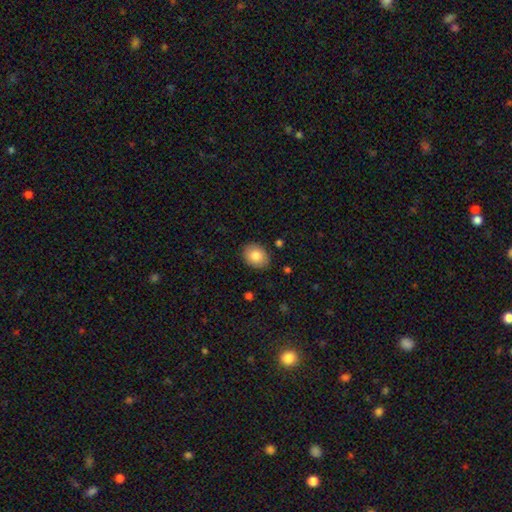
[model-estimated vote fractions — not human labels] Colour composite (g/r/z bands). It shows a smooth galaxy with no disk features (83%) that is in between round and cigar-shaped (61%). Merging: none (87%).